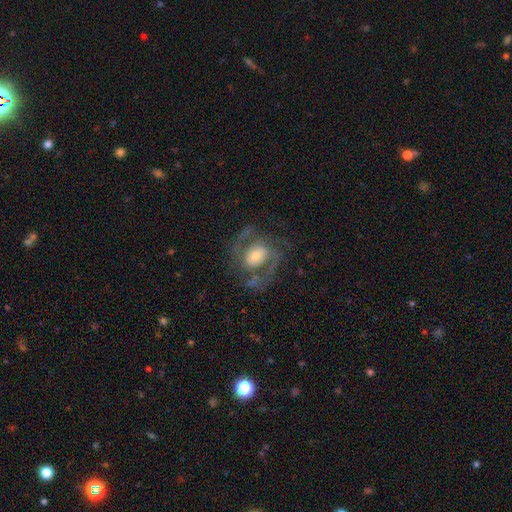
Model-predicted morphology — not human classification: featured or disk 83%, smooth 10%, star or artifact 6%. Down the decision tree: edge-on disk — no (98%); bar — no (47%); spiral arms — yes (94%); spiral arm count — 2 (76%); spiral winding — medium (56%); bulge size — moderate (46%); merging — none (69%).